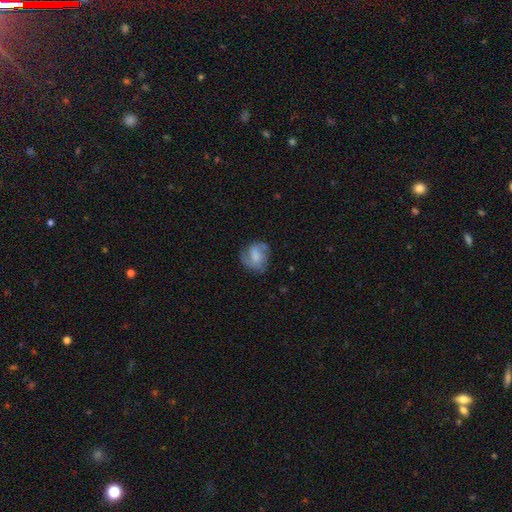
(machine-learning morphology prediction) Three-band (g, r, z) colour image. It shows a smooth galaxy with no disk features (48%). Merging: none (58%).